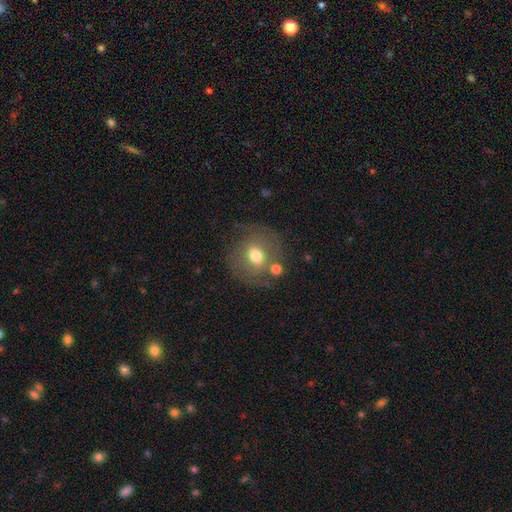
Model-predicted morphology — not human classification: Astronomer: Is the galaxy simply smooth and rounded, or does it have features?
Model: smooth — 57% (runner-up: featured or disk, 33%).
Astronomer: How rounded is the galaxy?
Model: round — 73%.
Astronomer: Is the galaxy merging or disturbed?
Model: none — 70%.